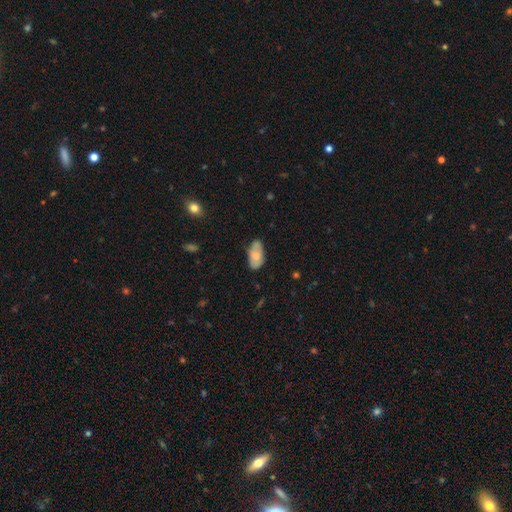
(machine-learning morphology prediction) type=smooth (69%); roundness=in between (94%); merging=none (66%).